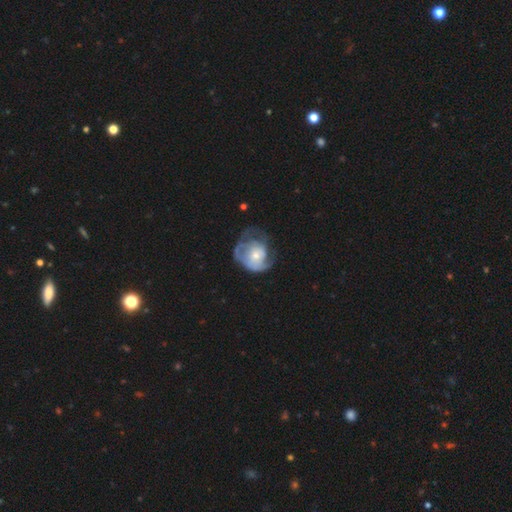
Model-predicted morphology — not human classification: Smooth or featured?
  - featured or disk: 58% *
  - smooth: 36%
  - star or artifact: 6%
Edge-on disk?
  - no: 97% *
  - yes: 3%
Bar?
  - no: 82% *
  - weak: 15%
  - strong: 3%
Spiral arms?
  - yes: 57% *
  - no: 43%
Bulge size?
  - small: 51% *
  - moderate: 41%
  - large: 5%
  - none: 2%
  - dominant: 1%
Merging?
  - major disturbance: 42% *
  - none: 32%
  - minor disturbance: 24%
  - merger: 3%